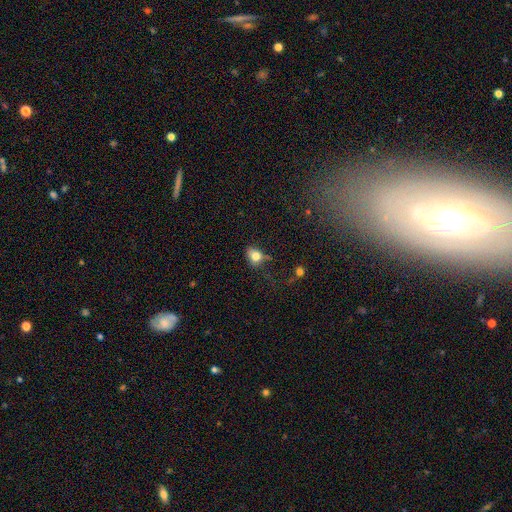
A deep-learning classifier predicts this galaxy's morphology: smooth_or_featured: smooth (p=0.77) [alt: featured or disk p=0.12]
how_rounded: in between (p=0.58) [alt: round p=0.40]
merging: none (p=0.46) [alt: minor disturbance p=0.31]